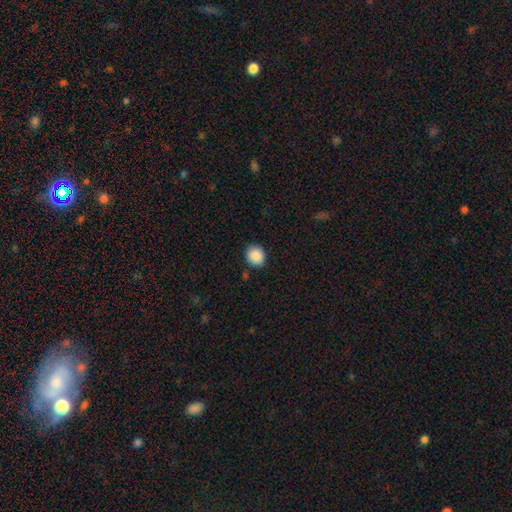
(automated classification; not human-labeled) smooth_or_featured: smooth (p=0.89) [alt: star or artifact p=0.09]
how_rounded: round (p=0.76) [alt: in between p=0.23]
merging: none (p=0.87) [alt: minor disturbance p=0.09]